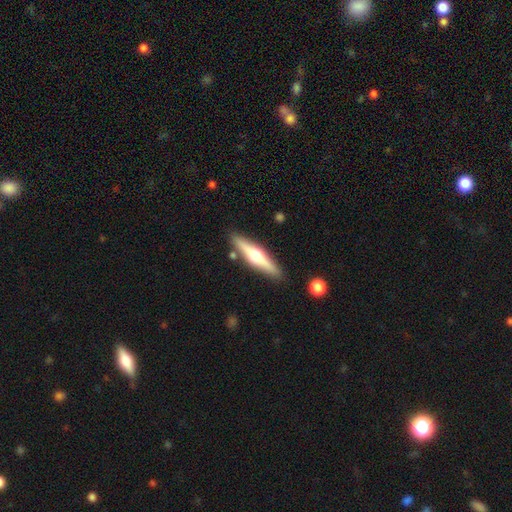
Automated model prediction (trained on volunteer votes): Smooth or featured? featured or disk (62%)
Edge-on disk? yes (96%)
Edge-on bulge? rounded (93%)
Merging? none (86%)